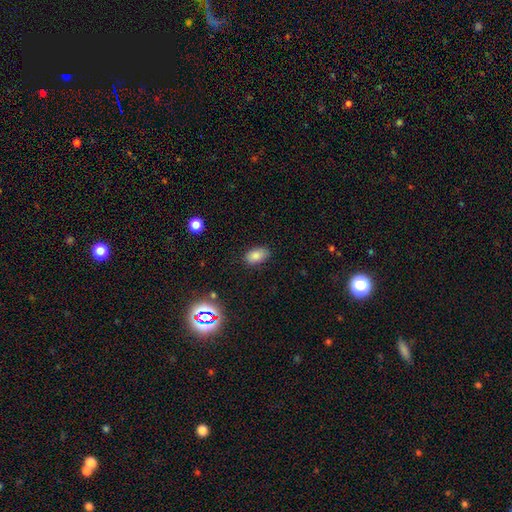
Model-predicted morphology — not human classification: A smooth galaxy with no disk features (82%) that is in between round and cigar-shaped (91%).

Vote fractions:
- Smooth or featured? smooth: 82% / star or artifact: 11% / featured or disk: 7%
- How rounded? in between: 91% / round: 7% / cigar-shaped: 2%
- Merging? none: 82% / minor disturbance: 13% / major disturbance: 3% / merger: 1%